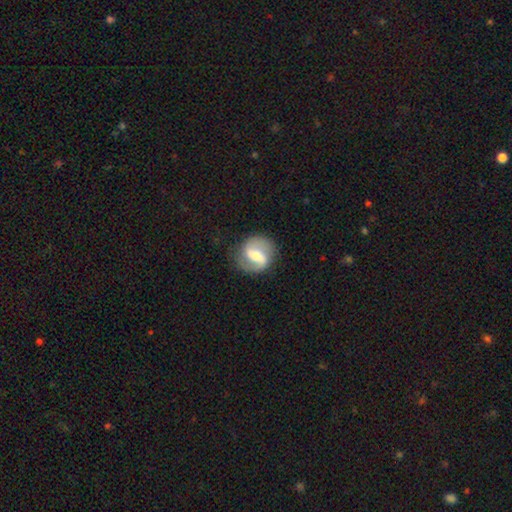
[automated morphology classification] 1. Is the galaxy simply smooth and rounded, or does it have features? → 76% featured or disk, 19% smooth, 6% star or artifact.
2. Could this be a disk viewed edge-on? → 97% no, 3% yes.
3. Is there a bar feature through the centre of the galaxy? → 43% strong, 41% weak, 15% no.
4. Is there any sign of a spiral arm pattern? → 89% yes, 11% no.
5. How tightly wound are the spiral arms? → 44% medium, 38% loose, 18% tight.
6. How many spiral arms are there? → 88% 2, 5% can't tell, 4% 1, 1% 3, 1% 4, 1% more than 4.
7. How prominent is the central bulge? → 56% moderate, 32% small, 8% large, 3% none, 1% dominant.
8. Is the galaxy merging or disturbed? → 81% none, 12% minor disturbance, 5% major disturbance, 1% merger.